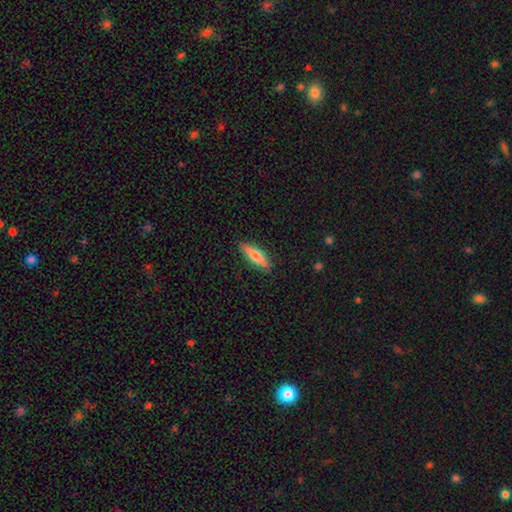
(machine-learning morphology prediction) The model was most divided on "how rounded": cigar-shaped: 61%, in between: 37%, round: 2%. More confident: merging — none (88%); smooth or featured — smooth (67%).